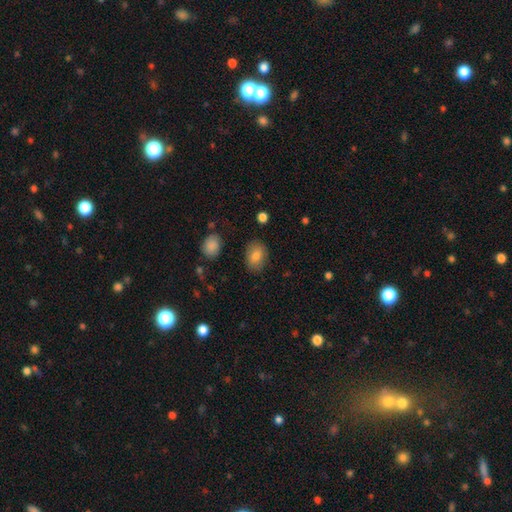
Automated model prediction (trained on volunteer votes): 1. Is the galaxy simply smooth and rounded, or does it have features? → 82% smooth, 9% featured or disk, 8% star or artifact.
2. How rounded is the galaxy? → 79% in between, 19% round, 1% cigar-shaped.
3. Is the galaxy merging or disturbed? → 84% none, 11% minor disturbance, 3% major disturbance, 2% merger.